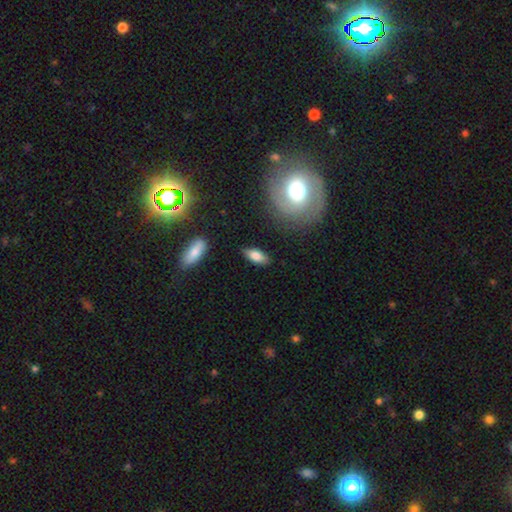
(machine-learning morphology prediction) smooth 80%, featured or disk 13%, star or artifact 8%. Down the decision tree: how rounded — in between (85%); merging — none (83%).